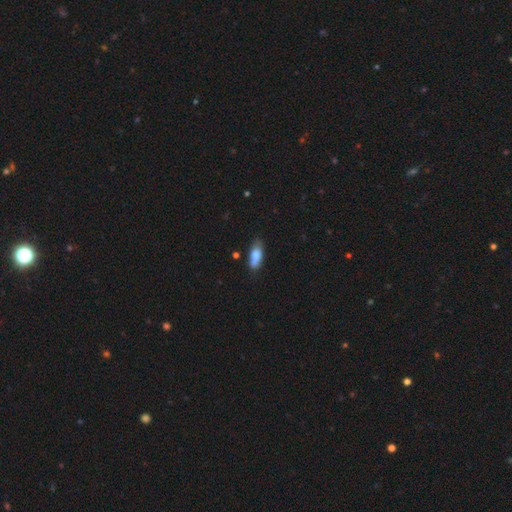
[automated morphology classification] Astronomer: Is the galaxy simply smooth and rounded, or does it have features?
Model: smooth — 72%.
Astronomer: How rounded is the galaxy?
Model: in between — 71%.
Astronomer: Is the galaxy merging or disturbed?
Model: none — 61%.